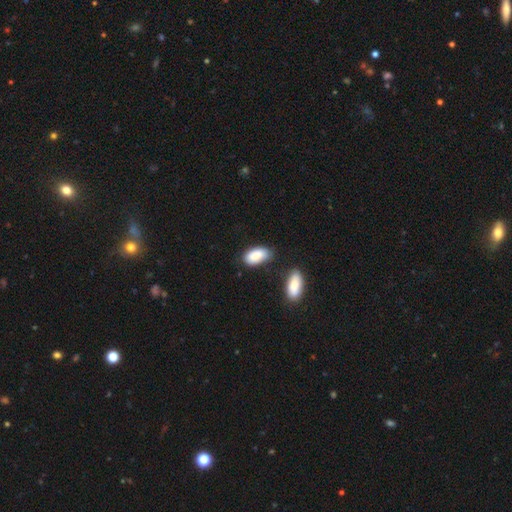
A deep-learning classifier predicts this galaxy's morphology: type=smooth (85%); roundness=in between (93%); merging=none (65%).